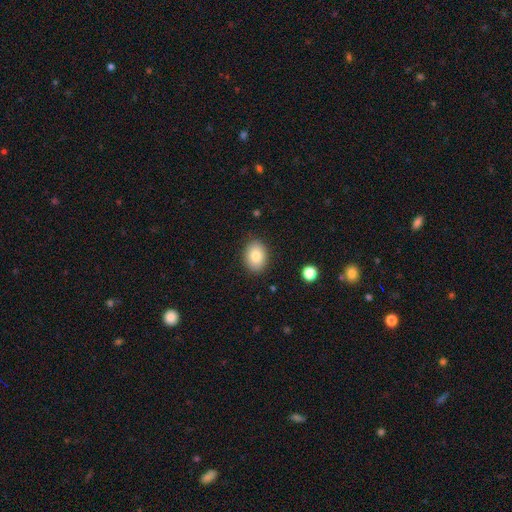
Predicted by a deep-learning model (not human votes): Morphology: type=smooth (84%); roundness=in between (74%); merging=none (87%).